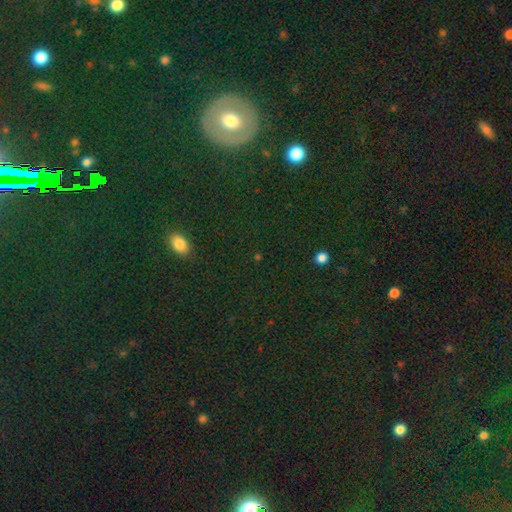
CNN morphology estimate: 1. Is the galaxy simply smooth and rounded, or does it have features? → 59% star or artifact, 28% smooth, 13% featured or disk.